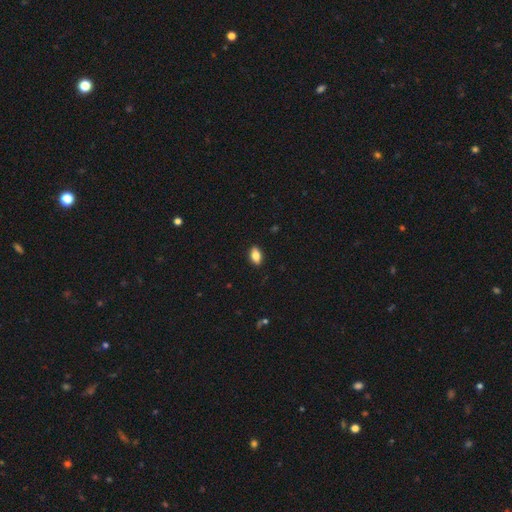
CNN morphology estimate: Smooth or featured: smooth — 81% (featured or disk — 11%)
How rounded: in between — 89% (round — 7%)
Merging: none — 89% (minor disturbance — 8%)